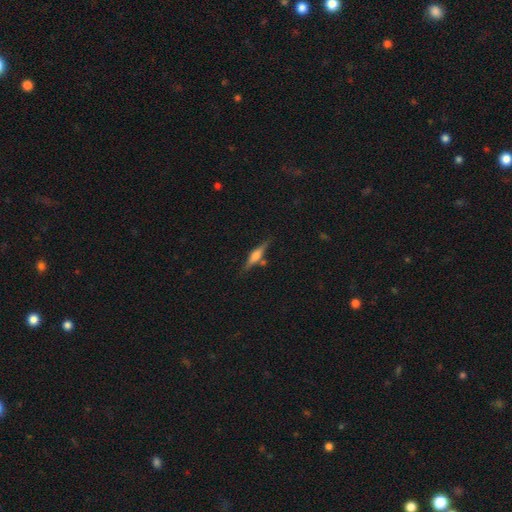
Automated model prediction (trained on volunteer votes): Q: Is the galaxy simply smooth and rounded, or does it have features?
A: featured or disk — 56%.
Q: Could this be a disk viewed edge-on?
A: yes — 95%.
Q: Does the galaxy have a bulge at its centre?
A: rounded — 75%.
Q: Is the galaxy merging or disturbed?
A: none — 78%.